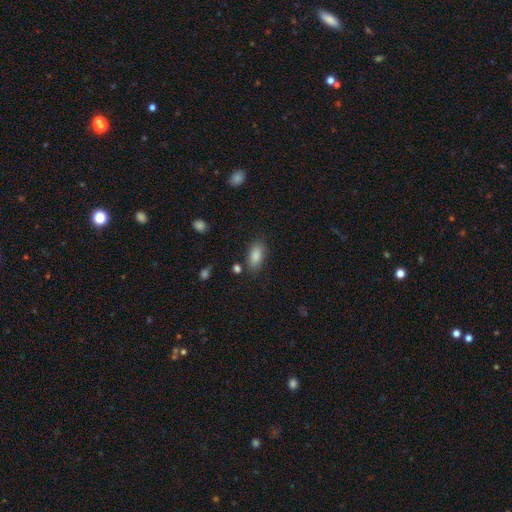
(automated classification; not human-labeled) smooth-or-featured: smooth: 86% | star or artifact: 8% | featured or disk: 6%
  how-rounded: in between: 90% | cigar-shaped: 6% | round: 4%
  merging: none: 79% | minor disturbance: 13% | major disturbance: 4% | merger: 4%